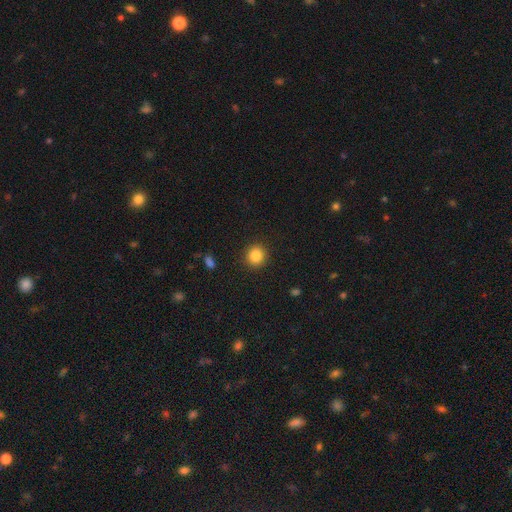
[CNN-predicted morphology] smooth_or_featured: smooth (p=0.85) [alt: star or artifact p=0.10]
how_rounded: round (p=0.91) [alt: in between p=0.08]
merging: none (p=0.91) [alt: minor disturbance p=0.06]